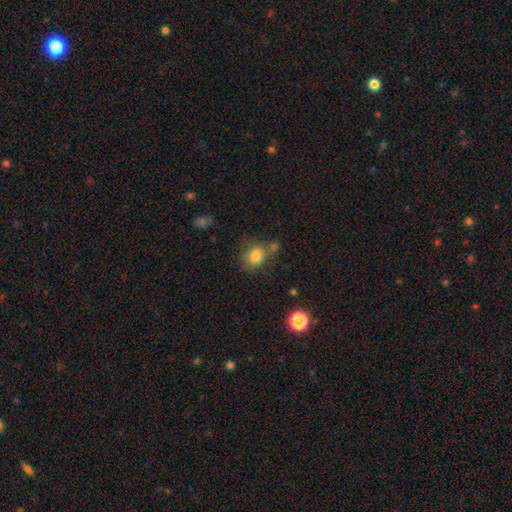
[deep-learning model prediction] Overall: smooth (79%). How rounded: round (58%; in between 41%). Merging: none (56%; minor disturbance 19%).